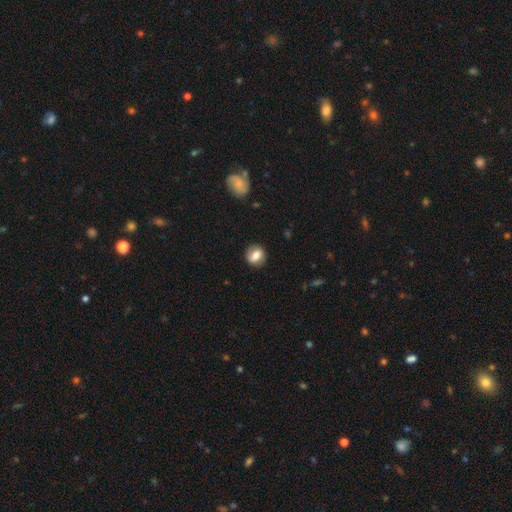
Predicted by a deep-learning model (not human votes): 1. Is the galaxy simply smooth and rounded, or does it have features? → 65% smooth, 27% featured or disk, 8% star or artifact.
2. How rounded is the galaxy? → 64% round, 34% in between, 2% cigar-shaped.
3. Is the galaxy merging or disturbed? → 84% none, 12% minor disturbance, 4% major disturbance, 1% merger.